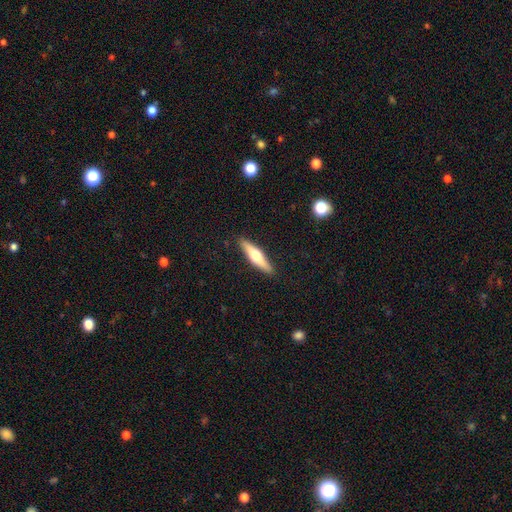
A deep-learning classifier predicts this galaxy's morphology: Q: Smooth or featured?
A: featured or disk (53%); runner-up: smooth (42%)
Q: Edge-on disk?
A: yes (94%); runner-up: no (6%)
Q: Merging?
A: none (90%); runner-up: minor disturbance (7%)